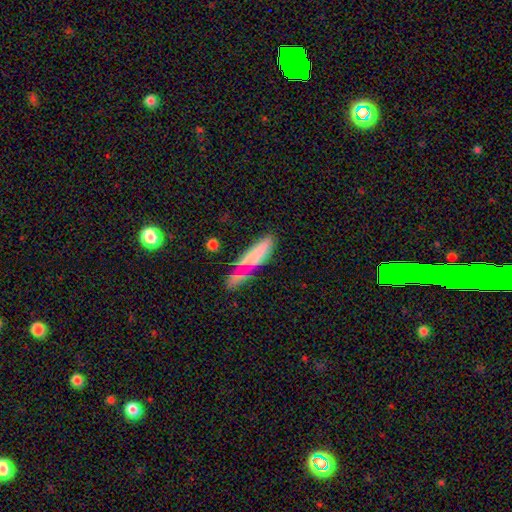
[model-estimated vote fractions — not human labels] This is likely a smooth galaxy (65%). How rounded: likely cigar-shaped (77%). Merging: marginally none (42%).